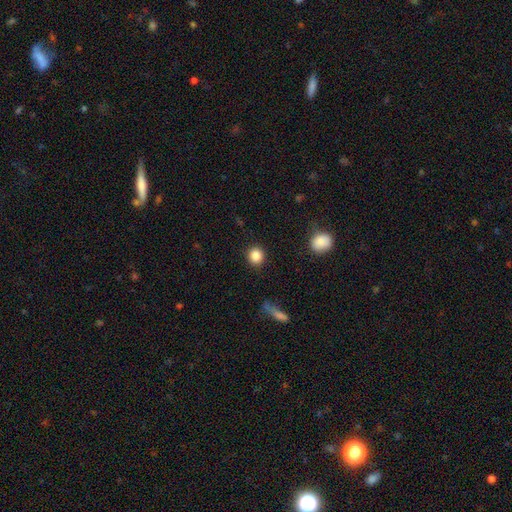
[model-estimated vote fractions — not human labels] Smooth or featured? Predicted: smooth (p=0.87). How rounded? Predicted: round (p=0.86). Merging? Predicted: none (p=0.90).